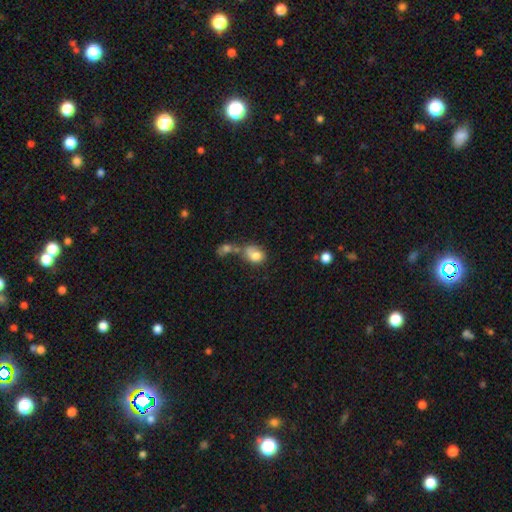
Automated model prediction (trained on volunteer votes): Smooth or featured? smooth (77%)
How rounded? in between (59%)
Merging? merger (44%)